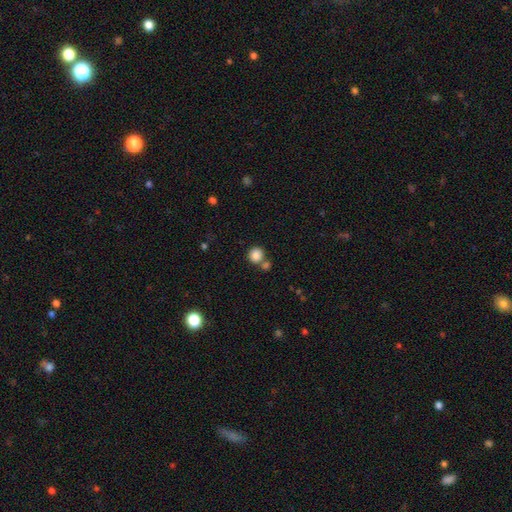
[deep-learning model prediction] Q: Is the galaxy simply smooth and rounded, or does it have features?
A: smooth — 85%.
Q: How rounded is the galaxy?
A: round — 90%.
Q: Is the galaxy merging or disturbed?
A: none — 63%.